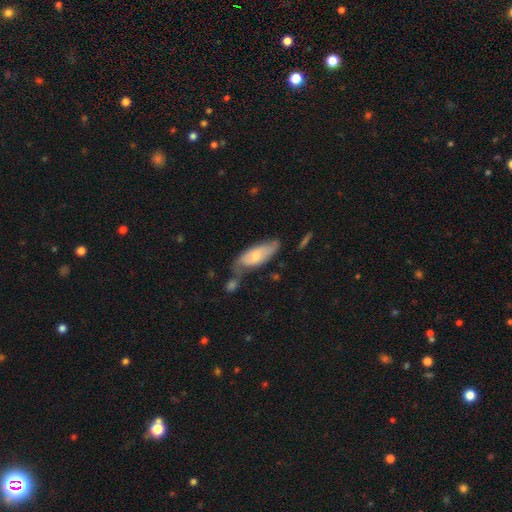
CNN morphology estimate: This appears to be a smooth galaxy with no disk features (62%) that is in between round and cigar-shaped (73%). Merging: none (41%).